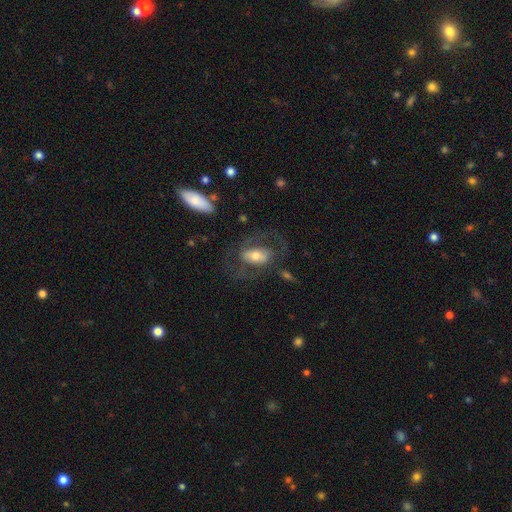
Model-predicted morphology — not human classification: Q: Smooth or featured?
A: featured or disk (56%); runner-up: smooth (37%)
Q: Edge-on disk?
A: no (92%); runner-up: yes (8%)
Q: Bar?
A: strong (36%); runner-up: no (32%)
Q: Spiral arms?
A: yes (59%); runner-up: no (41%)
Q: Bulge size?
A: moderate (56%); runner-up: small (24%)
Q: Merging?
A: none (57%); runner-up: major disturbance (24%)